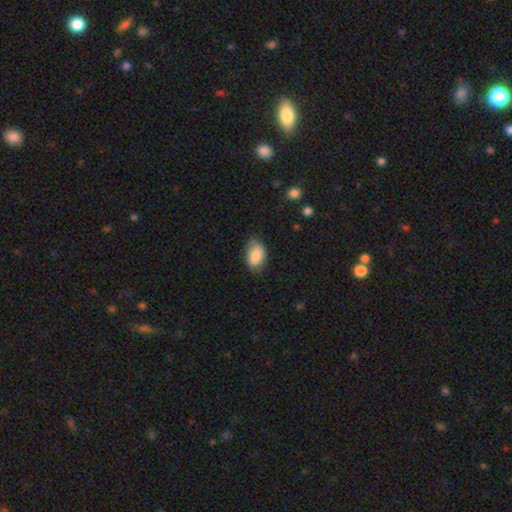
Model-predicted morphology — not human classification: A smooth galaxy with no disk features (84%) that is in between round and cigar-shaped (88%).

Vote fractions:
- Smooth or featured? smooth: 84% / featured or disk: 8% / star or artifact: 7%
- How rounded? in between: 88% / round: 11% / cigar-shaped: 1%
- Merging? none: 62% / minor disturbance: 30% / major disturbance: 6% / merger: 1%